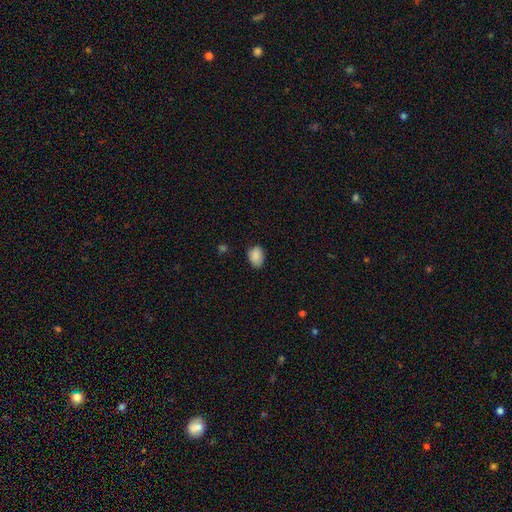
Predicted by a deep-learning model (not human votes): Overall: smooth (88%). How rounded: in between (76%). Merging: none (78%).